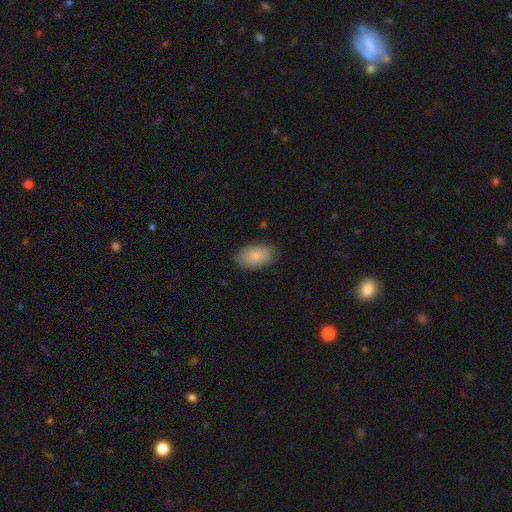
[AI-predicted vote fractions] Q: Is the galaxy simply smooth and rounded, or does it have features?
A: smooth — 85%.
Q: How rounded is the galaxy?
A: in between — 93%.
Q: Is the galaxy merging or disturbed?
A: none — 83%.